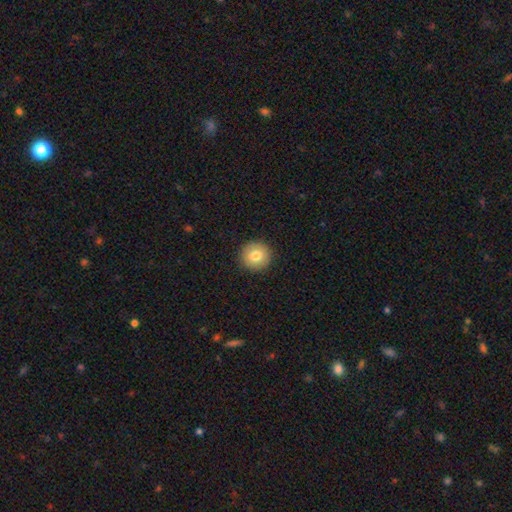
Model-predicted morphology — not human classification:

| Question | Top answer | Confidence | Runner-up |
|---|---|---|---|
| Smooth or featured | smooth | 78% | featured or disk (14%) |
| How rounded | round | 94% | in between (5%) |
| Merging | none | 92% | minor disturbance (5%) |